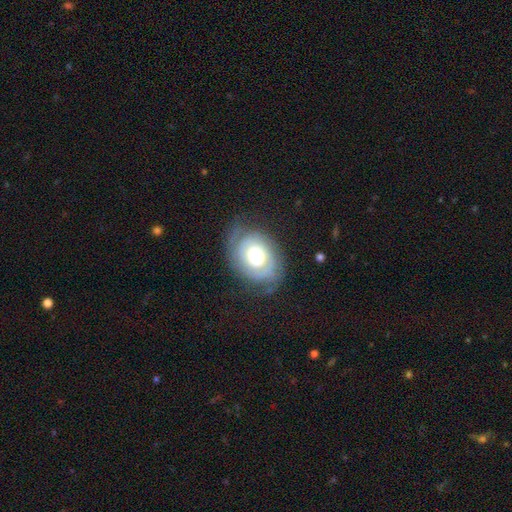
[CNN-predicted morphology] featured or disk 64%, smooth 29%, star or artifact 7%. Down the decision tree: edge-on disk — no (96%); bar — no (75%); spiral arms — yes (69%); bulge size — moderate (44%); merging — none (66%).